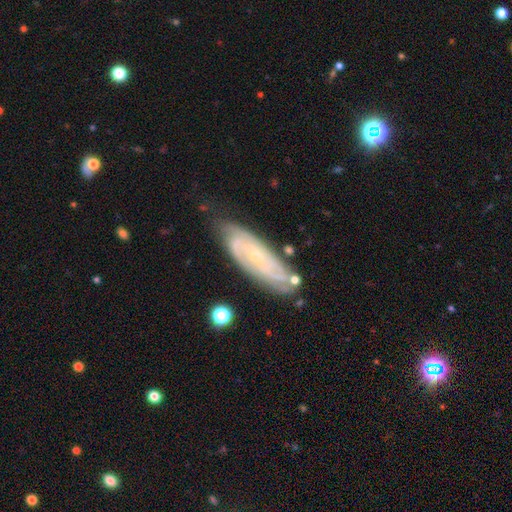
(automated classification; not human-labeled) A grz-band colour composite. It shows a featured or disk galaxy (78%) with no bar (73%), tight (70%) spiral arms (90%) and a small central bulge (79%). Merging: none (69%).